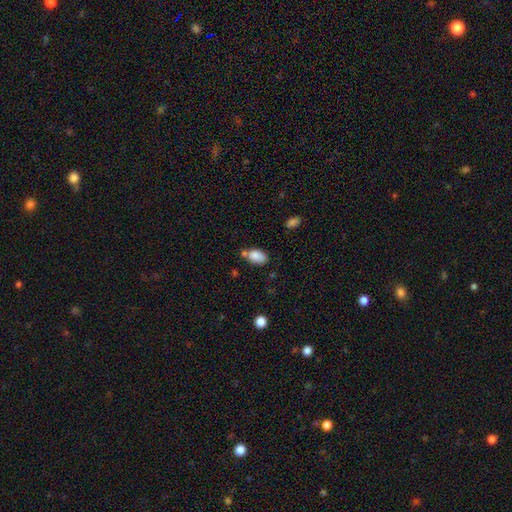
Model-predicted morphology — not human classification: Smooth or featured? Predicted: smooth (p=0.85). How rounded? Predicted: in between (p=0.91). Merging? Predicted: none (p=0.57).